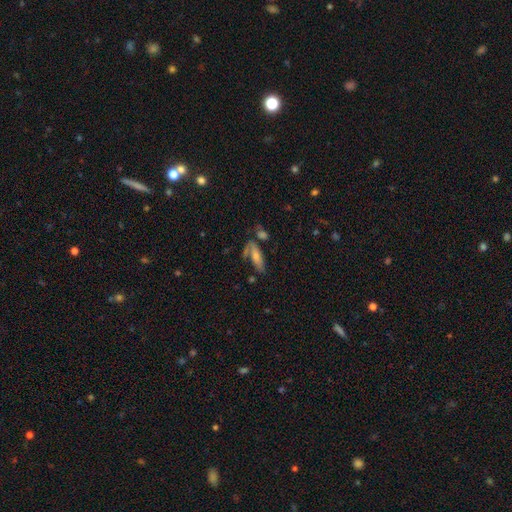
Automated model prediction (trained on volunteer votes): This appears to be a featured or disk galaxy (45%). Merging: none (49%).